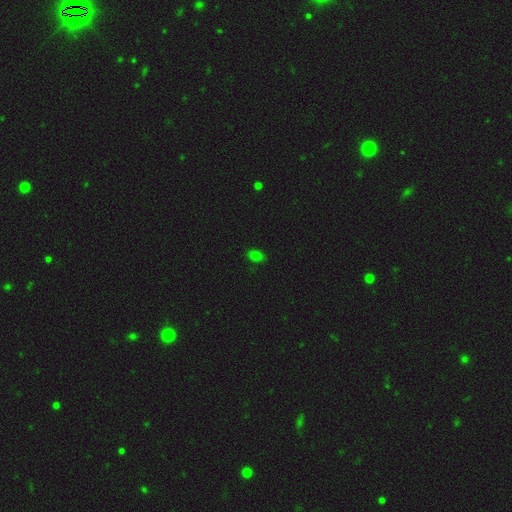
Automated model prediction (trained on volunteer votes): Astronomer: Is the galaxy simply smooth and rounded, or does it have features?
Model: smooth — 75%.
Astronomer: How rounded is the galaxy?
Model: in between — 74%.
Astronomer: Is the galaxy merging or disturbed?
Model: none — 87%.